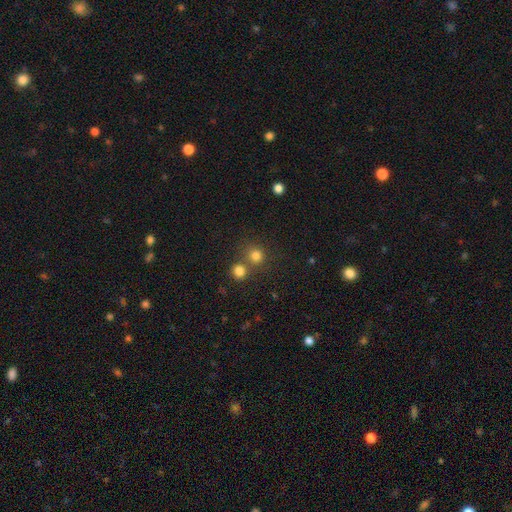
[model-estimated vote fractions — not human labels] The model was most divided on "merging": none: 64%, merger: 26%, minor disturbance: 7%, major disturbance: 3%. More confident: how rounded — round (90%); smooth or featured — smooth (79%).